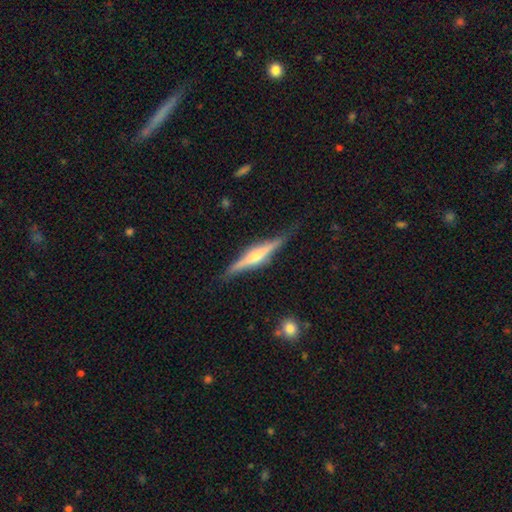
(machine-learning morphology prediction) Overall: featured or disk (78%). Edge-on disk: yes (97%). Edge-on bulge: rounded (81%). Merging: none (84%).